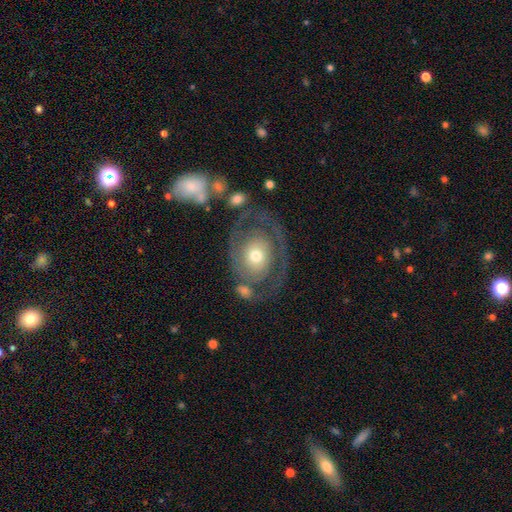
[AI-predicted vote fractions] A featured or disk galaxy (75%) with no bar (82%), 2 (60%) tight (55%) spiral arms (80%) and a moderate central bulge (58%). Merging: none (58%).